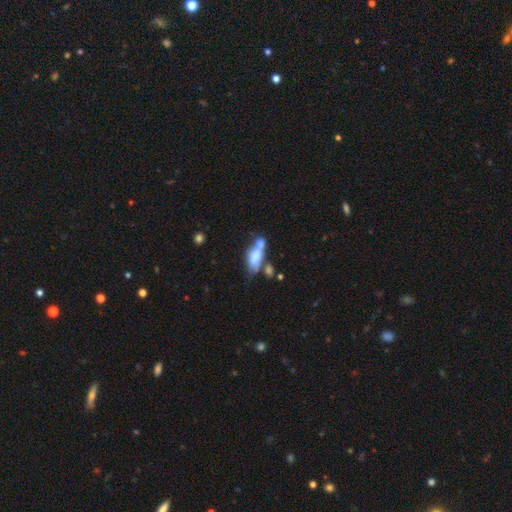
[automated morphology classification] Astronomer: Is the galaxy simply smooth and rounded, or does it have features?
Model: smooth — 62%.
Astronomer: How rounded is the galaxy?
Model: in between — 79%.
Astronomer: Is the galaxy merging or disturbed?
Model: merger — 50%.